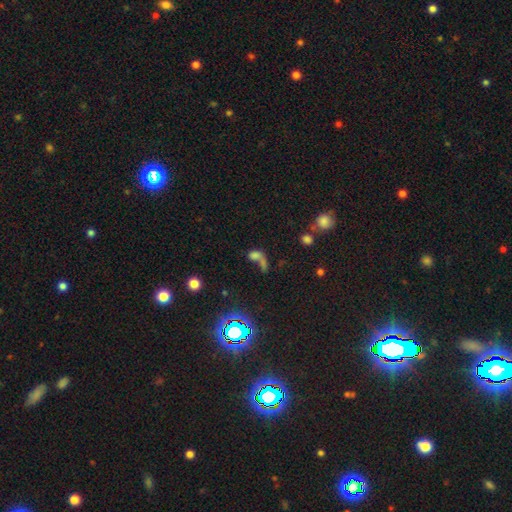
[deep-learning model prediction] This is possibly a smooth galaxy (53%). How rounded: likely in between (62%). Merging: marginally merger (44%).